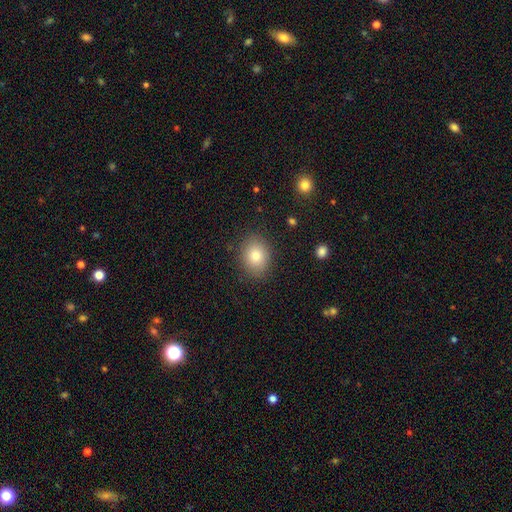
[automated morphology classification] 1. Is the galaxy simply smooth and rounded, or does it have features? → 80% smooth, 11% featured or disk, 9% star or artifact.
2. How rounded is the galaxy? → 64% in between, 35% round, 1% cigar-shaped.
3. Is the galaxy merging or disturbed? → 86% none, 10% minor disturbance, 3% major disturbance, 1% merger.